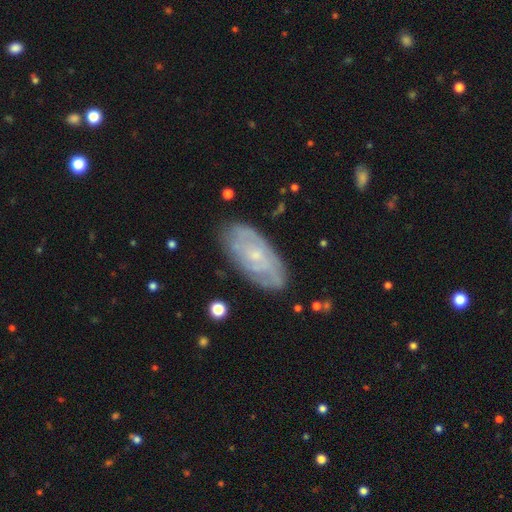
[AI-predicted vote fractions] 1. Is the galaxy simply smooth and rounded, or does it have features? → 70% featured or disk, 23% smooth, 7% star or artifact.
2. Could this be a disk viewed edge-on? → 91% no, 9% yes.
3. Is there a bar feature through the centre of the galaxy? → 76% no, 20% weak, 4% strong.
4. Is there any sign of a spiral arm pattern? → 81% yes, 19% no.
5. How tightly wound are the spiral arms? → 70% tight, 23% medium, 7% loose.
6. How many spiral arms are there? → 57% can't tell, 18% 2, 10% 3, 7% 4, 4% more than 4, 4% 1.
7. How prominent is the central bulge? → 76% small, 18% moderate, 4% none, 1% large, 1% dominant.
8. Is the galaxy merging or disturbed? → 80% none, 15% minor disturbance, 3% major disturbance, 2% merger.